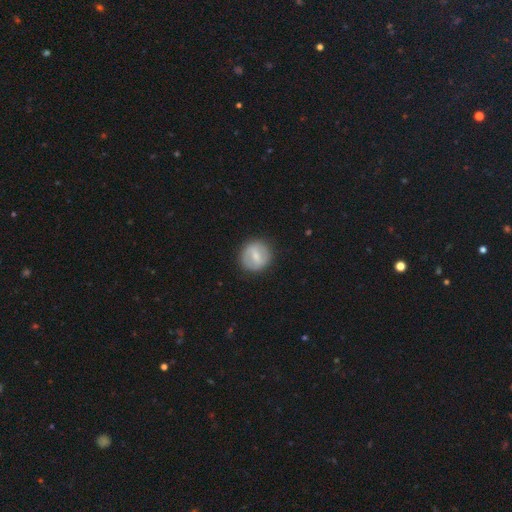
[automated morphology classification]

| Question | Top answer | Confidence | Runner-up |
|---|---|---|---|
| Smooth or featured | smooth | 48% | featured or disk (46%) |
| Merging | none | 86% | minor disturbance (10%) |